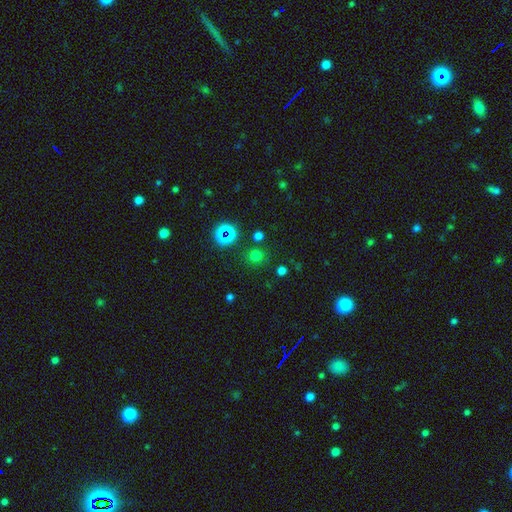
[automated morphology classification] smooth 67%, star or artifact 28%, featured or disk 6%. Down the decision tree: how rounded — round (90%); merging — none (81%).